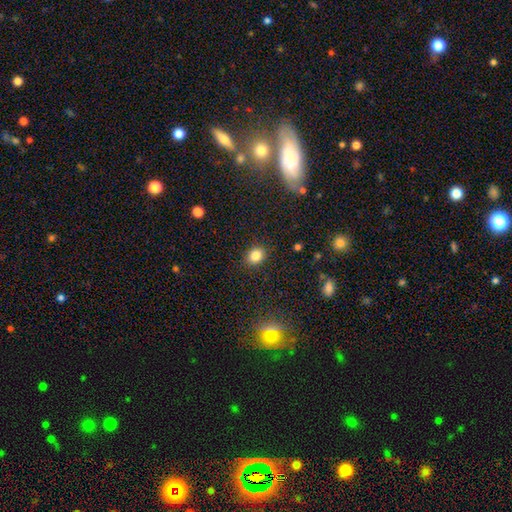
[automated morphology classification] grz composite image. It shows a smooth galaxy with no disk features (82%) that is round (55%). Merging: none (88%).